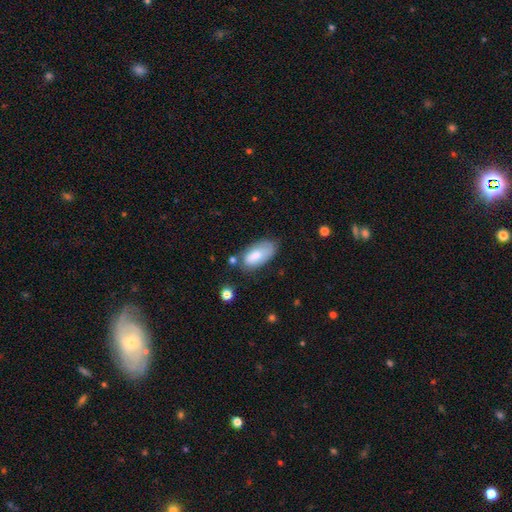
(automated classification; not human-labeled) This is likely a smooth galaxy (77%). How rounded: clearly in between (91%). Merging: possibly none (57%).